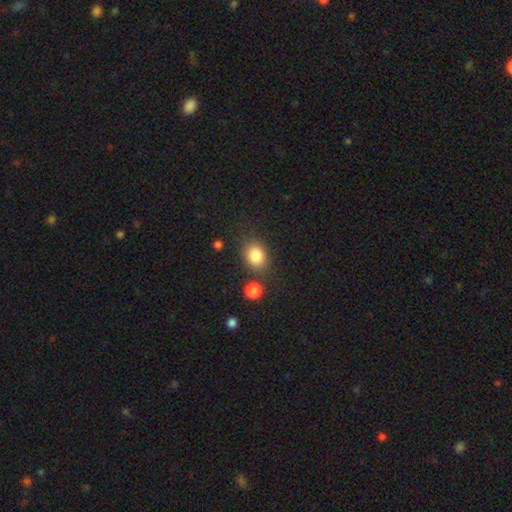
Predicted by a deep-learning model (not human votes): smooth-or-featured: smooth: 84% | star or artifact: 10% | featured or disk: 7%
  how-rounded: in between: 53% | round: 46% | cigar-shaped: 1%
  merging: none: 74% | minor disturbance: 13% | merger: 9% | major disturbance: 4%